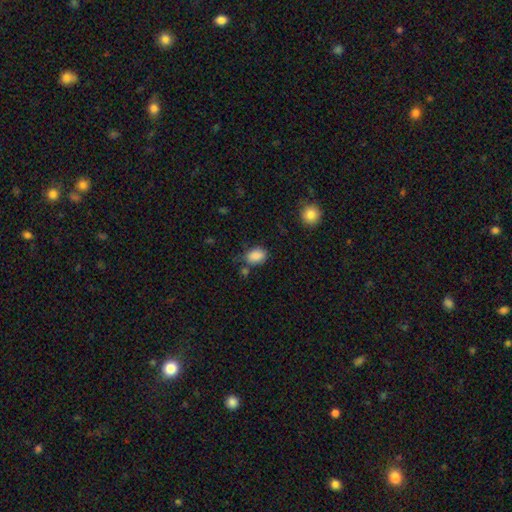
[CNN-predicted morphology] This is clearly a smooth galaxy (87%). How rounded: likely in between (78%). Merging: likely none (69%).